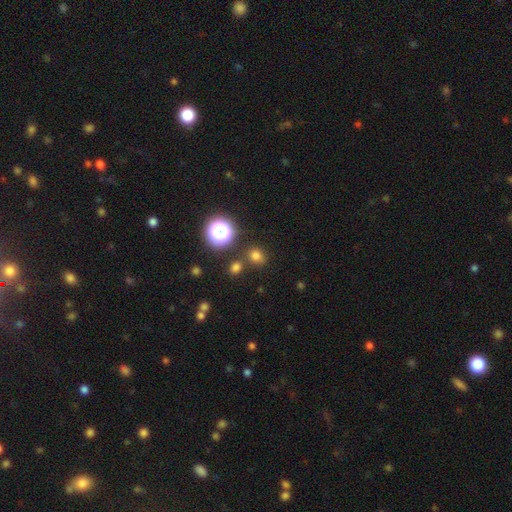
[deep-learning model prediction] Smooth or featured? Predicted: smooth (p=0.73). How rounded? Predicted: round (p=0.73). Merging? Predicted: none (p=0.76).